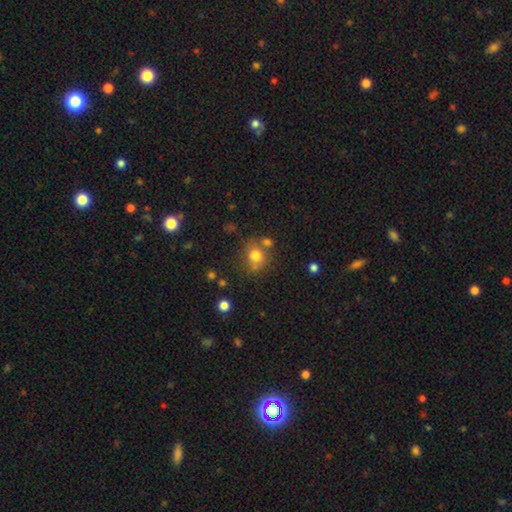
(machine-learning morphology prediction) Smooth or featured? Predicted: smooth (p=0.76). How rounded? Predicted: round (p=0.80). Merging? Predicted: none (p=0.66).